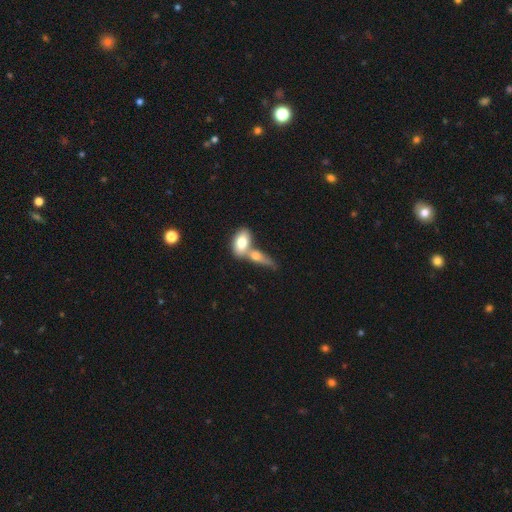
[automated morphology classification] Smooth or featured? Predicted: smooth (p=0.69). How rounded? Predicted: in between (p=0.72). Merging? Predicted: merger (p=0.60).